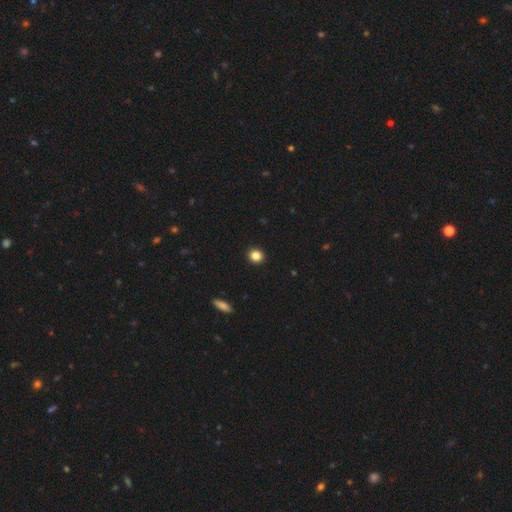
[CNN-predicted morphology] Smooth or featured?
  - smooth: 85% *
  - star or artifact: 11%
  - featured or disk: 4%
How rounded?
  - round: 87% *
  - in between: 12%
  - cigar-shaped: 1%
Merging?
  - none: 93% *
  - minor disturbance: 5%
  - major disturbance: 1%
  - merger: 1%